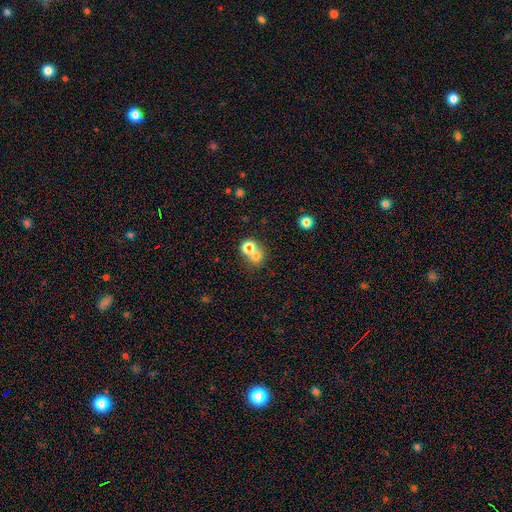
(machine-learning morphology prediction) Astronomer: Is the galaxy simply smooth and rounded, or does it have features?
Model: smooth — 73%.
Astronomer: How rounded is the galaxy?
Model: round — 74%.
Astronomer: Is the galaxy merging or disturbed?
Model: merger — 58%.